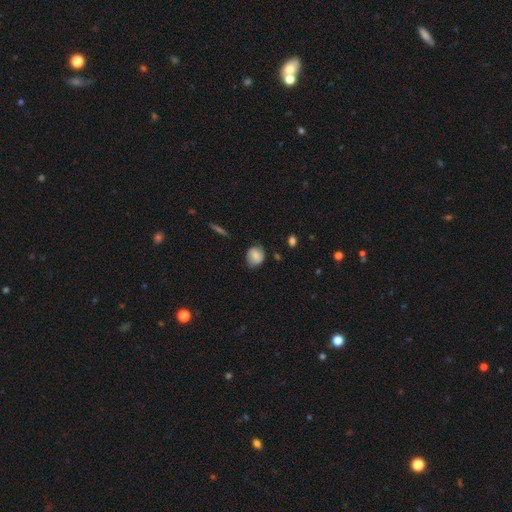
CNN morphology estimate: The model was most divided on "how rounded": round: 61%, in between: 38%, cigar-shaped: 1%. More confident: merging — none (67%); smooth or featured — smooth (67%).